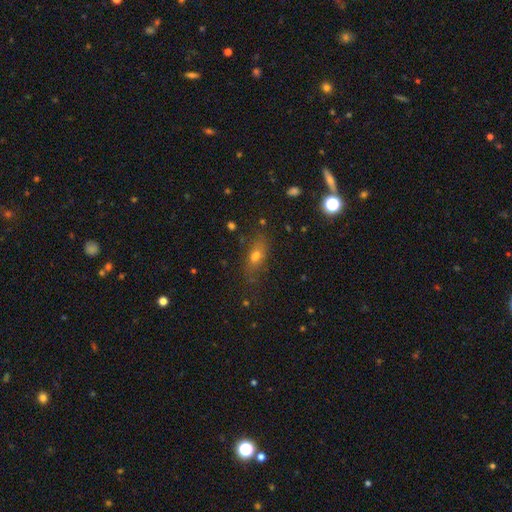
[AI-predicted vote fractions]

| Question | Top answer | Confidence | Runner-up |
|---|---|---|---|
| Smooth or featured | smooth | 60% | featured or disk (22%) |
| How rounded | in between | 66% | cigar-shaped (23%) |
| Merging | none | 72% | minor disturbance (17%) |